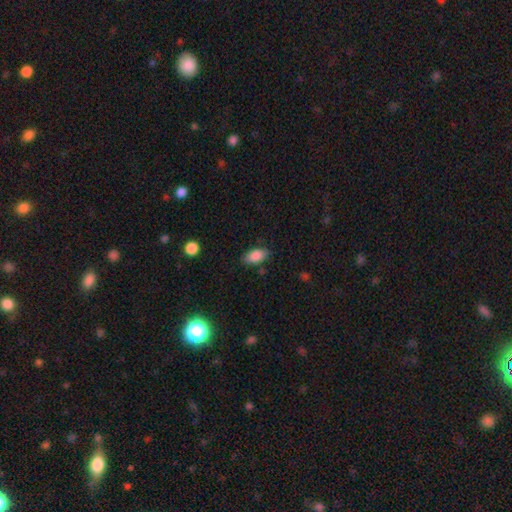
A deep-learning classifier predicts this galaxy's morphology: A smooth galaxy with no disk features (86%) that is in between round and cigar-shaped (91%).

Vote fractions:
- Smooth or featured? smooth: 86% / star or artifact: 8% / featured or disk: 7%
- How rounded? in between: 91% / cigar-shaped: 5% / round: 4%
- Merging? none: 81% / minor disturbance: 14% / major disturbance: 3% / merger: 2%